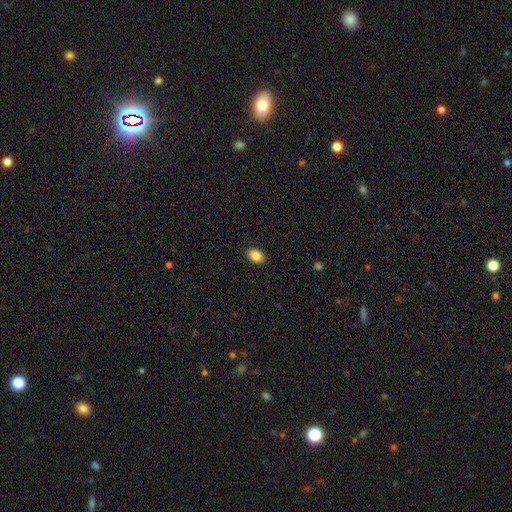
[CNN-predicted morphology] A smooth galaxy with no disk features (85%) that is in between round and cigar-shaped (79%). Merging: none (90%).